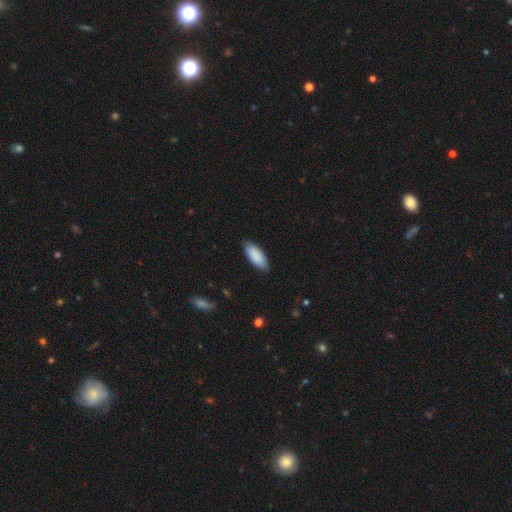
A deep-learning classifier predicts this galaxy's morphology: smooth-or-featured: smooth: 90% | star or artifact: 5% | featured or disk: 5%
  how-rounded: in between: 83% | cigar-shaped: 16% | round: 1%
  merging: none: 87% | minor disturbance: 10% | major disturbance: 2% | merger: 1%